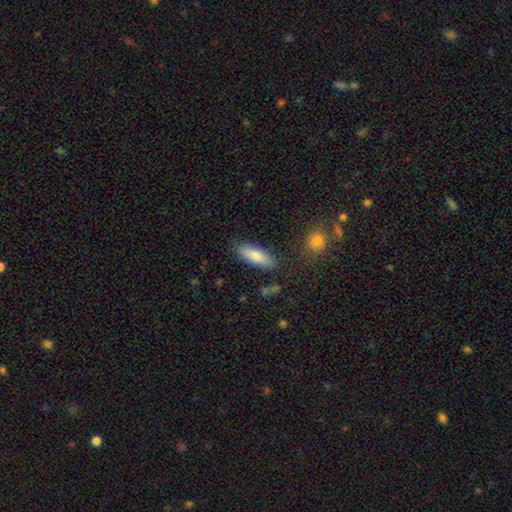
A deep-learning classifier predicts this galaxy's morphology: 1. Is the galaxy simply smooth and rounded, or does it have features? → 83% smooth, 11% featured or disk, 6% star or artifact.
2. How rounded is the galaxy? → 65% in between, 33% cigar-shaped, 2% round.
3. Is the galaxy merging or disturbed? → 82% none, 11% minor disturbance, 3% merger, 3% major disturbance.